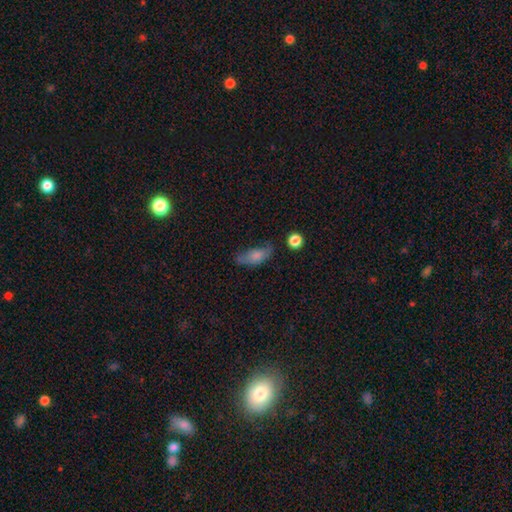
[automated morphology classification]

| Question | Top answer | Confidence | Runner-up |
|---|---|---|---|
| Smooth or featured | smooth | 72% | featured or disk (18%) |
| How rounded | in between | 79% | cigar-shaped (16%) |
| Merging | none | 49% | minor disturbance (33%) |